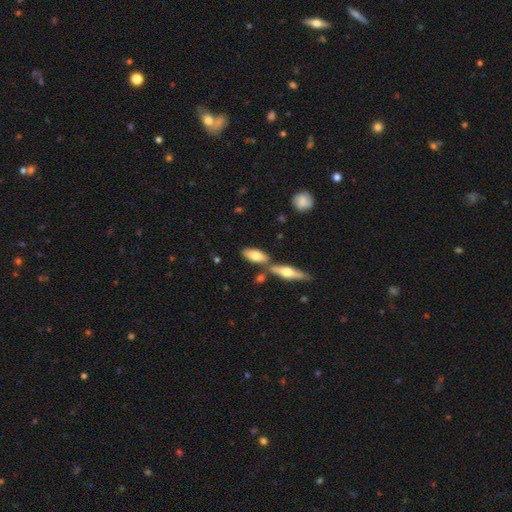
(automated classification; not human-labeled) Morphology: type=smooth (69%); roundness=in between (80%); merging=none (62%).